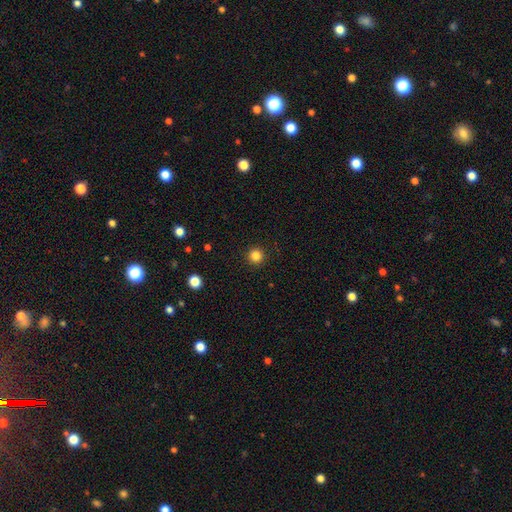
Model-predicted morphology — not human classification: type=smooth (84%); roundness=round (96%); merging=none (92%).